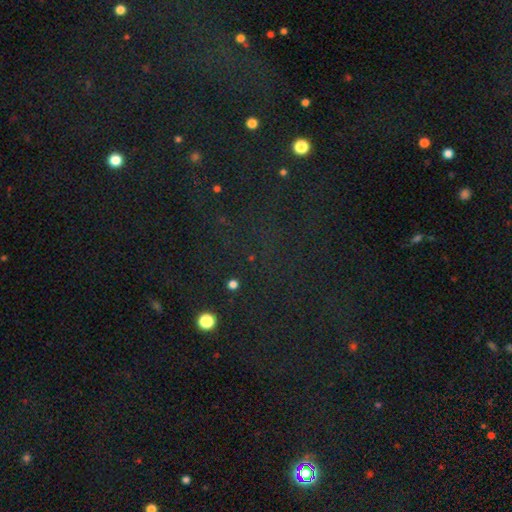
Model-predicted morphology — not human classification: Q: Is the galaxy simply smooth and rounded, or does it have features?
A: star or artifact — 75%.